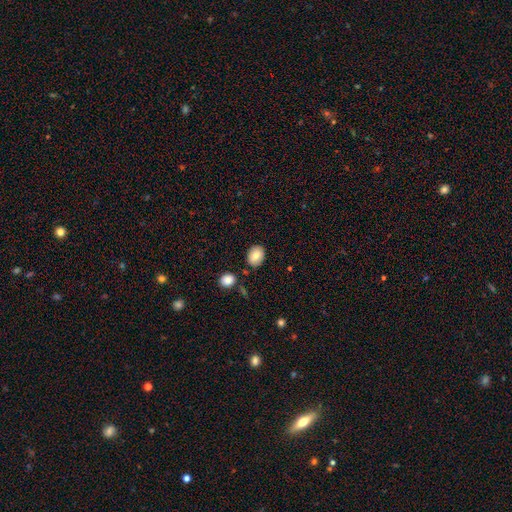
smooth-or-featured: smooth: 79% | featured or disk: 10% | star or artifact: 10%
  how-rounded: in between: 68% | round: 32% | cigar-shaped: 0%
  merging: none: 86% | minor disturbance: 9% | major disturbance: 3% | merger: 3%